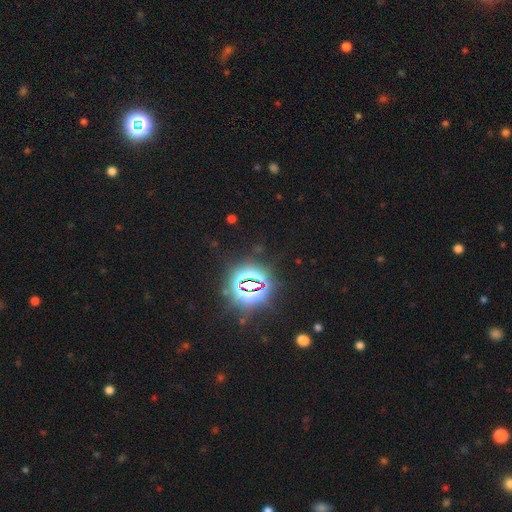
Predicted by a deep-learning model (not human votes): Overall: star or artifact (85%).